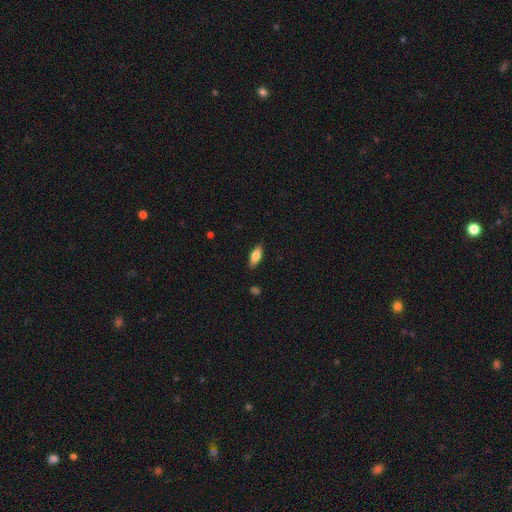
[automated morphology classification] Smooth or featured? smooth (70%)
How rounded? in between (71%)
Merging? none (85%)